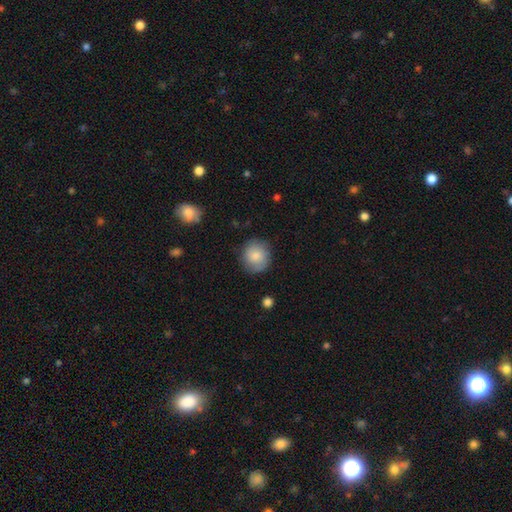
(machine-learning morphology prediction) Q: Smooth or featured?
A: smooth (81%); runner-up: featured or disk (12%)
Q: How rounded?
A: round (87%); runner-up: in between (12%)
Q: Merging?
A: none (82%); runner-up: minor disturbance (13%)